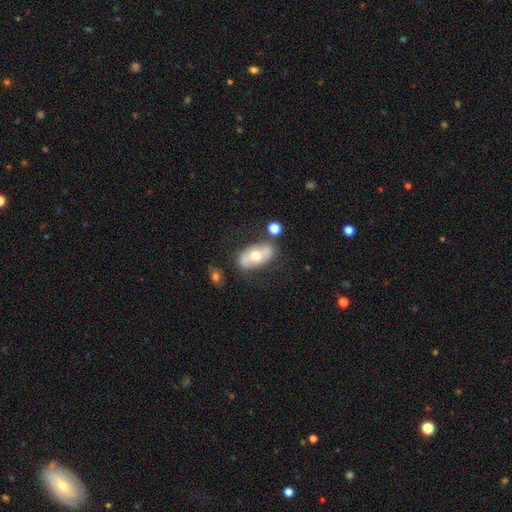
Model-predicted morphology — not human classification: Smooth or featured? featured or disk (51%)
Edge-on disk? no (86%)
Merging? none (68%)